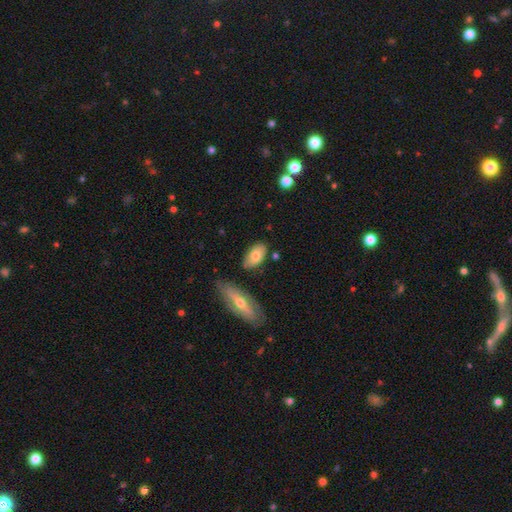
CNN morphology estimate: Smooth or featured? Predicted: smooth (p=0.72). How rounded? Predicted: in between (p=0.91). Merging? Predicted: none (p=0.75).